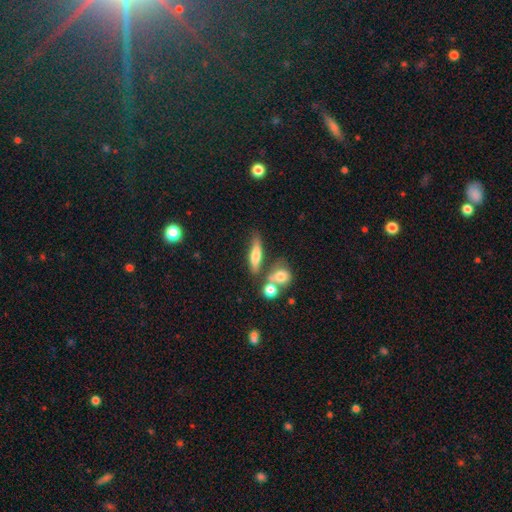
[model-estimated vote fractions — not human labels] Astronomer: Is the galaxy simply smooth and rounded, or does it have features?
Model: smooth — 63%.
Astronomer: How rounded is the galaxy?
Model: cigar-shaped — 59% (runner-up: in between, 35%).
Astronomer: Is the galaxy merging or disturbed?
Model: none — 56%.